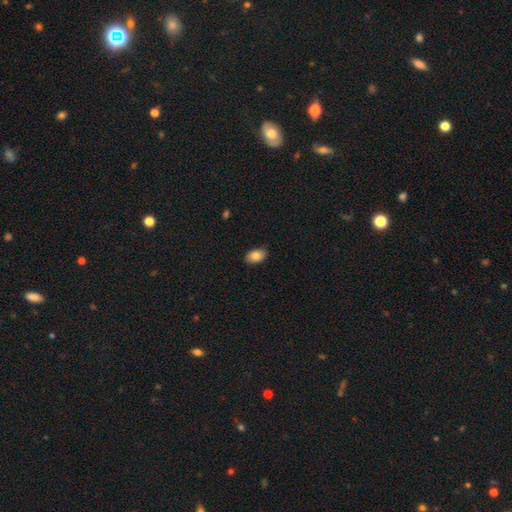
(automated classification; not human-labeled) Morphology: type=smooth (82%); roundness=in between (91%); merging=none (88%).